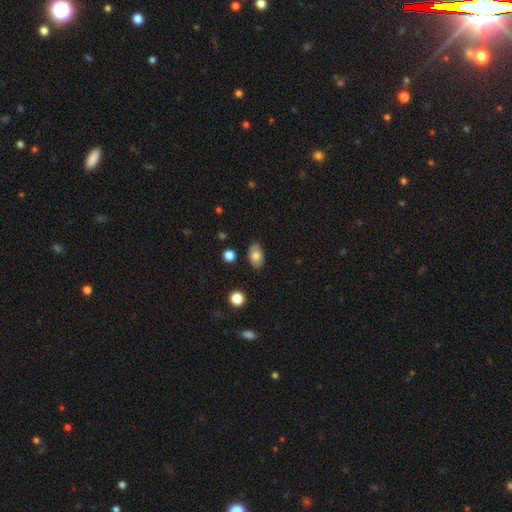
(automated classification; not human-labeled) Smooth or featured? Predicted: smooth (p=0.76). How rounded? Predicted: in between (p=0.91). Merging? Predicted: none (p=0.85).